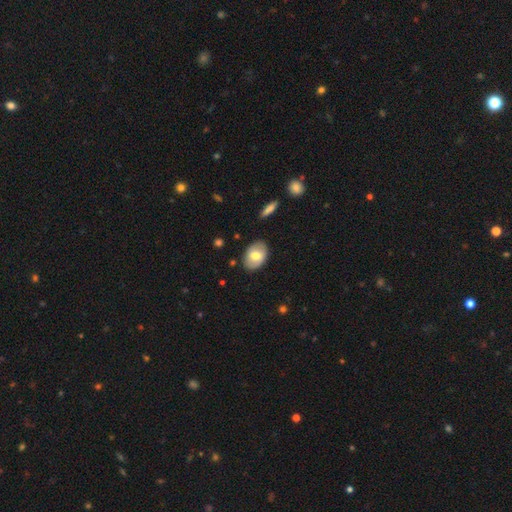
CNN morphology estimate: Smooth or featured? Predicted: smooth (p=0.65). How rounded? Predicted: in between (p=0.84). Merging? Predicted: none (p=0.85).